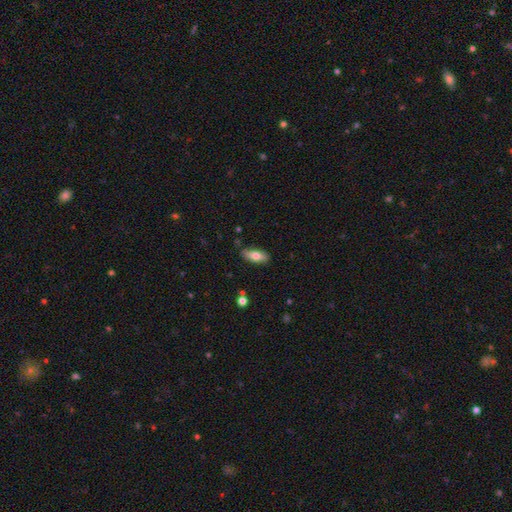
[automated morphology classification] The model was most divided on "how rounded": in between: 74%, cigar-shaped: 23%, round: 3%. More confident: merging — none (83%); smooth or featured — smooth (72%).